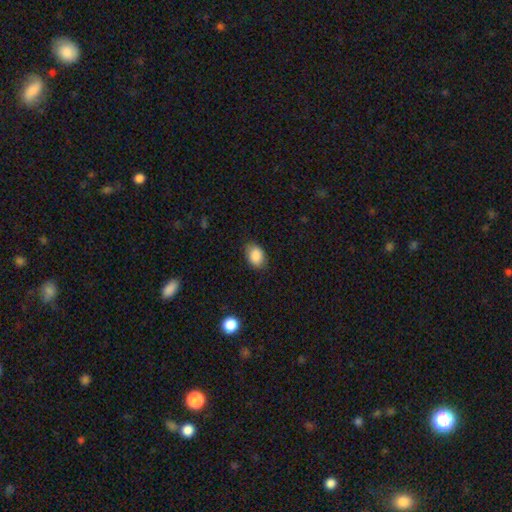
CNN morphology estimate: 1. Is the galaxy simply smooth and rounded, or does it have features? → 88% smooth, 8% star or artifact, 4% featured or disk.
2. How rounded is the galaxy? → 73% in between, 26% round, 1% cigar-shaped.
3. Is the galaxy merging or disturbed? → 79% none, 16% minor disturbance, 4% major disturbance, 1% merger.